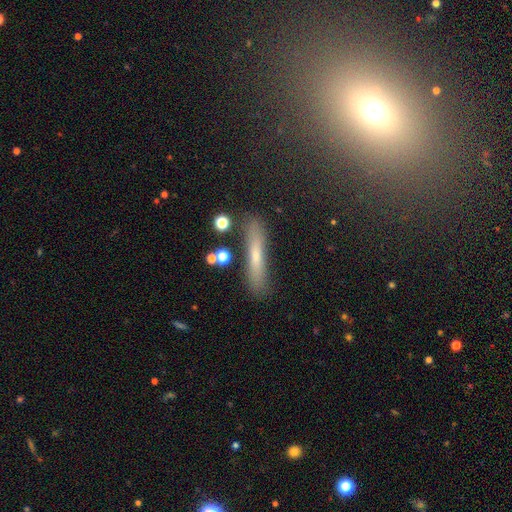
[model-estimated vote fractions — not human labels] This appears to be a smooth galaxy with no disk features (59%) that is cigar-shaped (89%). Merging: none (80%).